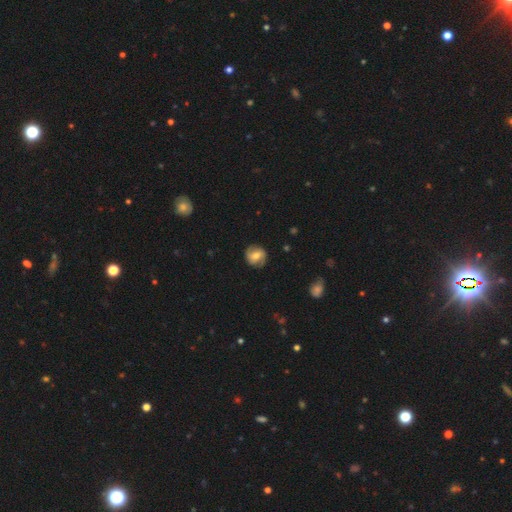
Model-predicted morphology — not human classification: Smooth or featured? featured or disk (48%)
Merging? none (82%)